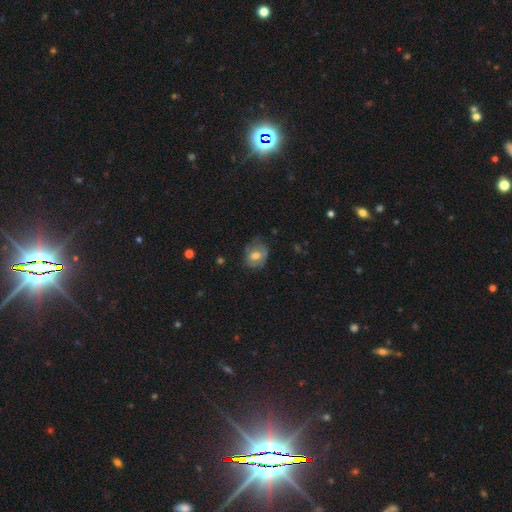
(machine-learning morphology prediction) Q: Smooth or featured?
A: smooth (59%); runner-up: featured or disk (33%)
Q: How rounded?
A: in between (50%); runner-up: round (49%)
Q: Merging?
A: none (58%); runner-up: minor disturbance (29%)